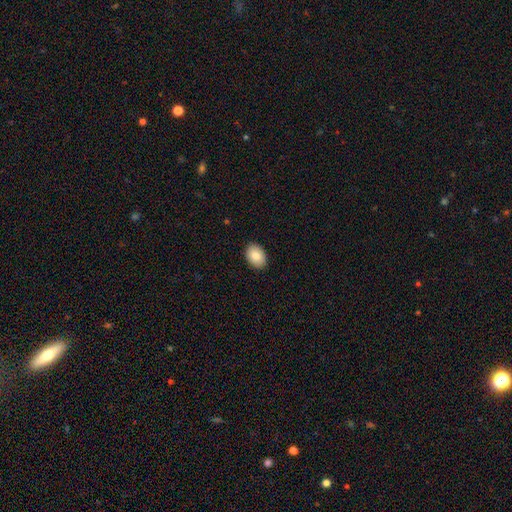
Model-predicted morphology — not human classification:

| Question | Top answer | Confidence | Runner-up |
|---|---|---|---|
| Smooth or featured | smooth | 84% | featured or disk (9%) |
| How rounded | in between | 80% | round (19%) |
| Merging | none | 90% | minor disturbance (7%) |